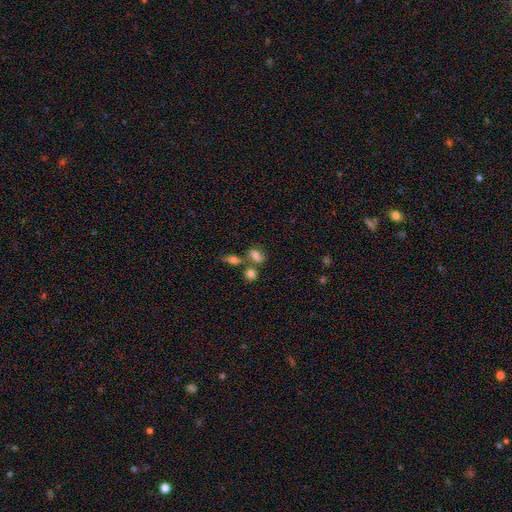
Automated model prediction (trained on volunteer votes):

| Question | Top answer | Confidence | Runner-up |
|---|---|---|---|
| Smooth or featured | smooth | 66% | featured or disk (22%) |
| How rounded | in between | 73% | round (22%) |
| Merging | none | 45% | merger (31%) |